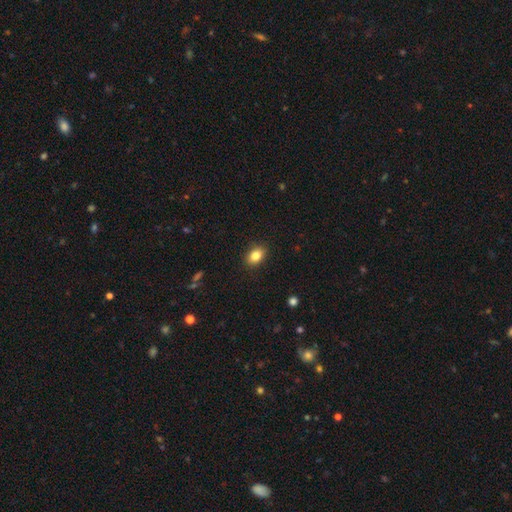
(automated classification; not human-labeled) Smooth or featured? smooth (84%)
How rounded? in between (77%)
Merging? none (88%)